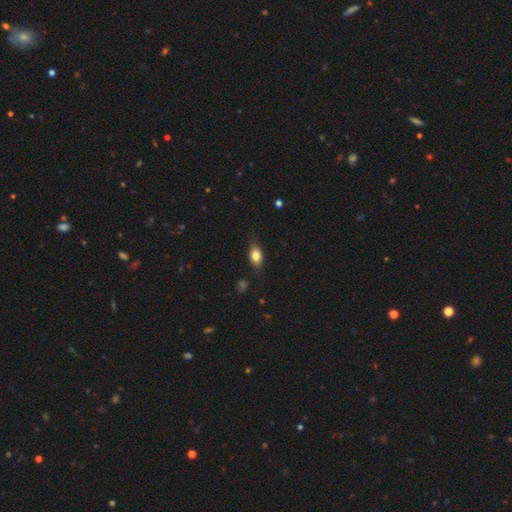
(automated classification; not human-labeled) A smooth galaxy with no disk features (81%) that is in between round and cigar-shaped (84%). Merging: none (80%).